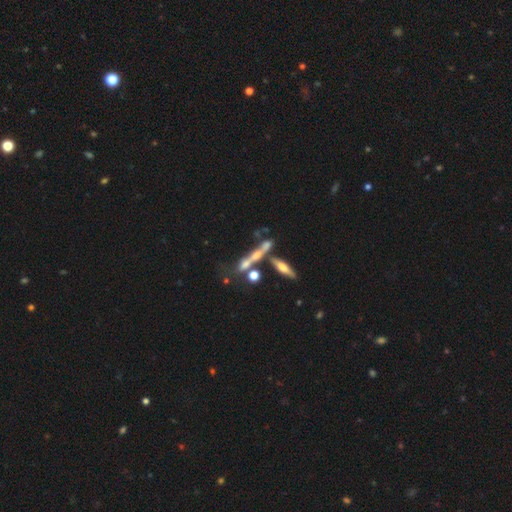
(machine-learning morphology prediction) type=featured or disk (56%); edge-on=yes (70%); merging=merger (39%).